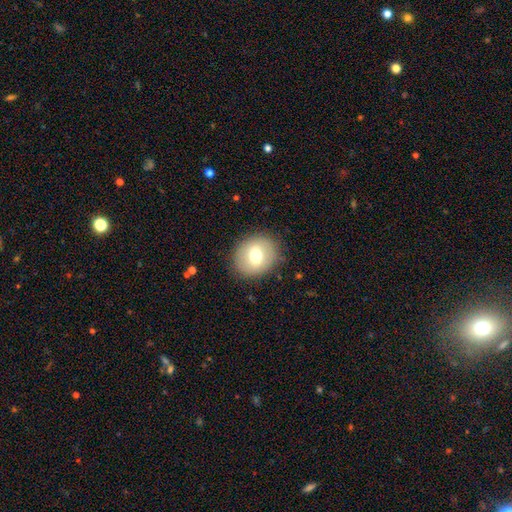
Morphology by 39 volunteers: Smooth or featured?
  - smooth: 67% *
  - featured or disk: 23%
  - star or artifact: 10%
How rounded?
  - round: 65% *
  - in between: 35%
  - cigar-shaped: 0%
Merging?
  - none: 91% *
  - minor disturbance: 9%
  - major disturbance: 0%
  - merger: 0%